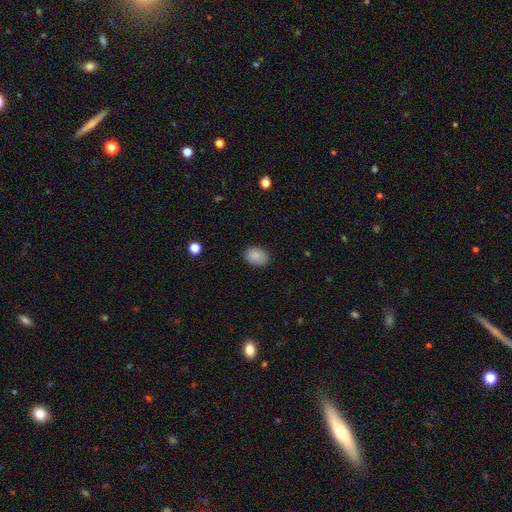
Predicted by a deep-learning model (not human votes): smooth_or_featured: smooth (p=0.86) [alt: star or artifact p=0.08]
how_rounded: in between (p=0.75) [alt: round p=0.24]
merging: none (p=0.84) [alt: minor disturbance p=0.12]